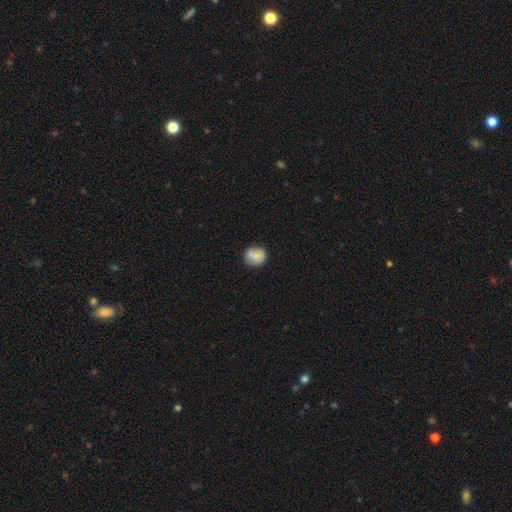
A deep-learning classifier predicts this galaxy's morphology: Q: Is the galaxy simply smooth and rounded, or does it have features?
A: smooth — 53%.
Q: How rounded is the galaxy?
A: round — 81%.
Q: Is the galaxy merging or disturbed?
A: none — 73%.